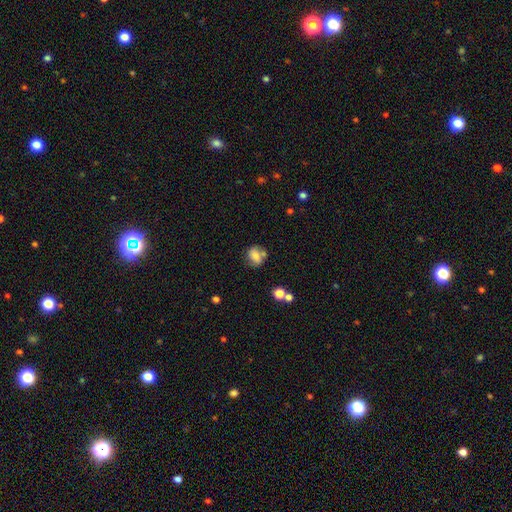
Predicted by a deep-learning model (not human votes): Smooth or featured? Predicted: smooth (p=0.72). How rounded? Predicted: round (p=0.59). Merging? Predicted: none (p=0.58).